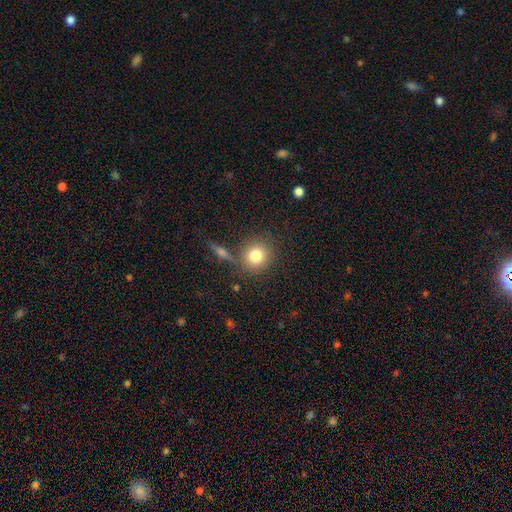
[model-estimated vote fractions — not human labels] Smooth or featured? smooth (80%)
How rounded? round (85%)
Merging? none (76%)